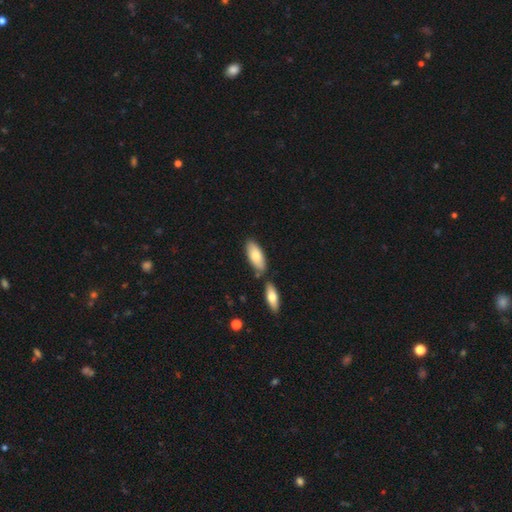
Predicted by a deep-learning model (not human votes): smooth_or_featured: smooth (p=0.78) [alt: featured or disk p=0.17]
how_rounded: in between (p=0.84) [alt: cigar-shaped p=0.14]
merging: none (p=0.67) [alt: merger p=0.18]